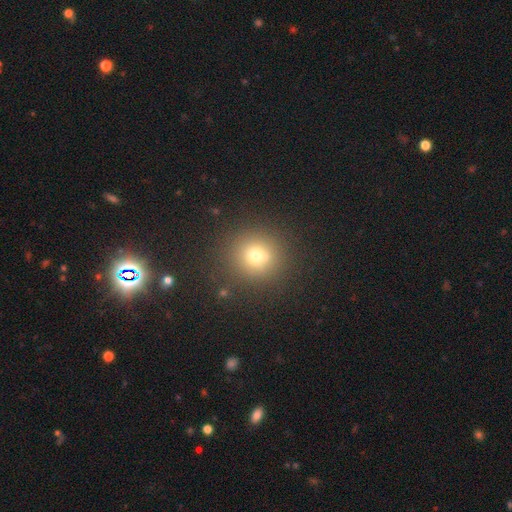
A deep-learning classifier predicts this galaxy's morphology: smooth 69%, star or artifact 19%, featured or disk 12%. Down the decision tree: how rounded — round (91%); merging — none (82%).